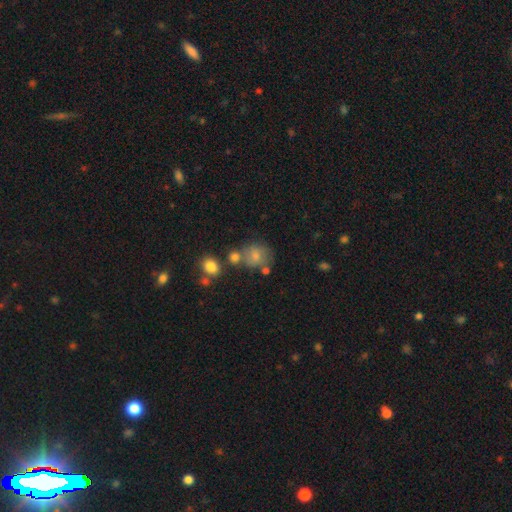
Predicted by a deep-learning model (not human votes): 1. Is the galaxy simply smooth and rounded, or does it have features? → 73% smooth, 16% featured or disk, 11% star or artifact.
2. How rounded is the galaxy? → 71% round, 28% in between, 1% cigar-shaped.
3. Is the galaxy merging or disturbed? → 53% none, 20% merger, 18% minor disturbance, 9% major disturbance.